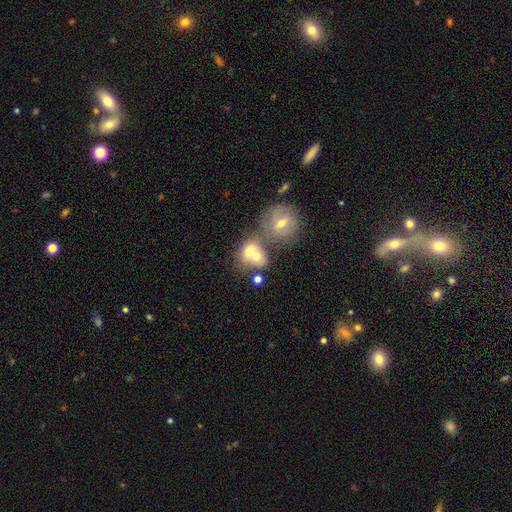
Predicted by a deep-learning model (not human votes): smooth 62%, featured or disk 28%, star or artifact 10%. Down the decision tree: how rounded — round (67%); merging — merger (61%).